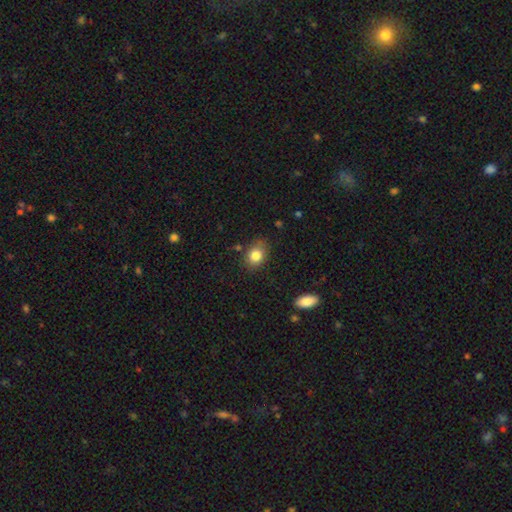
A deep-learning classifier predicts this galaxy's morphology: Q: Smooth or featured?
A: smooth (82%); runner-up: star or artifact (10%)
Q: How rounded?
A: in between (58%); runner-up: round (41%)
Q: Merging?
A: none (78%); runner-up: minor disturbance (16%)